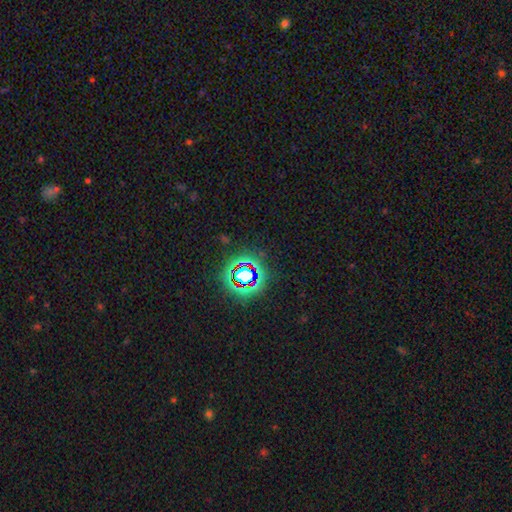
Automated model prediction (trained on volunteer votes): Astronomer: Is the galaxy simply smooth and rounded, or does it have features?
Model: star or artifact — 76%.